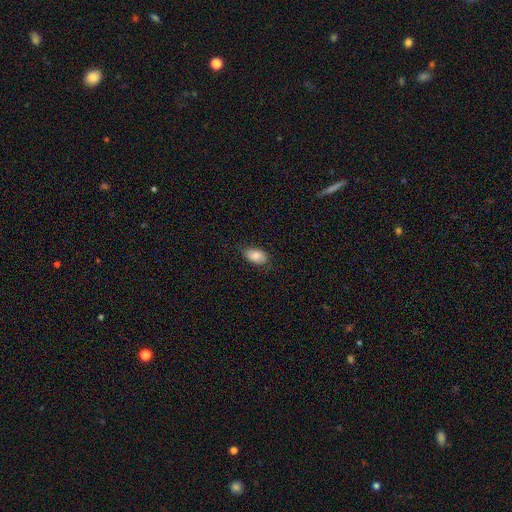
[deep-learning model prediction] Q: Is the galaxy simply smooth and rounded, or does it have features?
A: smooth — 84%.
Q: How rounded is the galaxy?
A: in between — 91%.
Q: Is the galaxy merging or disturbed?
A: none — 75%.